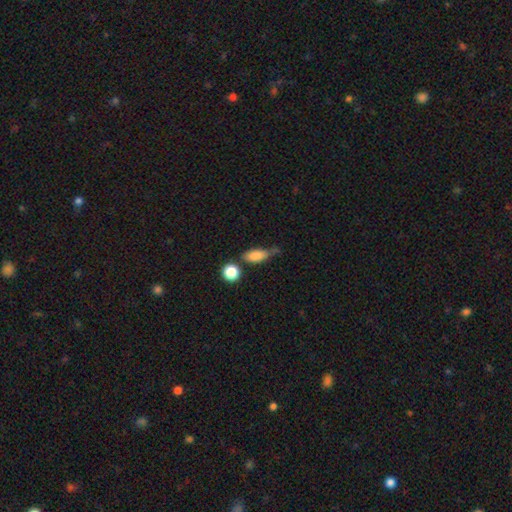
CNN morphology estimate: A smooth galaxy with no disk features (80%) that is in between round and cigar-shaped (75%). Merging: none (50%).